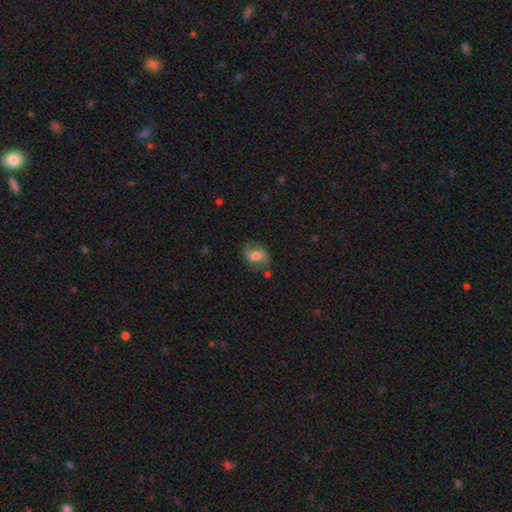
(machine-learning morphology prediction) Q: Smooth or featured?
A: featured or disk (56%); runner-up: smooth (35%)
Q: Edge-on disk?
A: no (97%); runner-up: yes (3%)
Q: Bar?
A: no (47%); runner-up: weak (40%)
Q: Spiral arms?
A: yes (87%); runner-up: no (13%)
Q: Bulge size?
A: moderate (46%); runner-up: large (25%)
Q: Merging?
A: none (64%); runner-up: minor disturbance (22%)